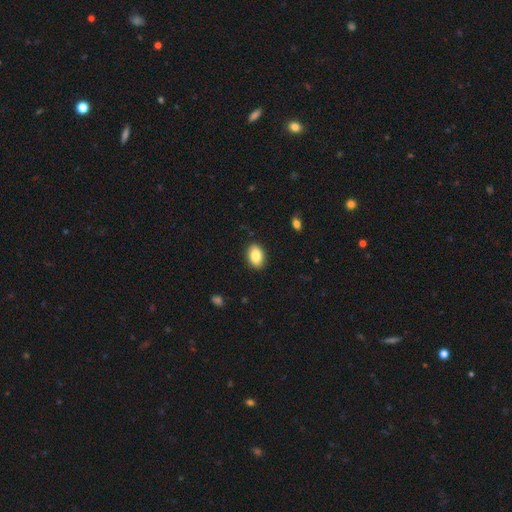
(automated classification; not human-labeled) A smooth galaxy with no disk features (86%) that is in between round and cigar-shaped (86%). Merging: none (89%).